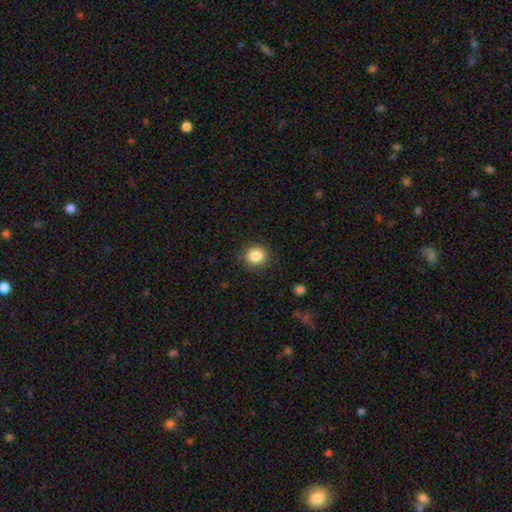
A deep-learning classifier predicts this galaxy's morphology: The model was most divided on "how rounded": round: 79%, in between: 20%, cigar-shaped: 1%. More confident: merging — none (88%); smooth or featured — smooth (85%).